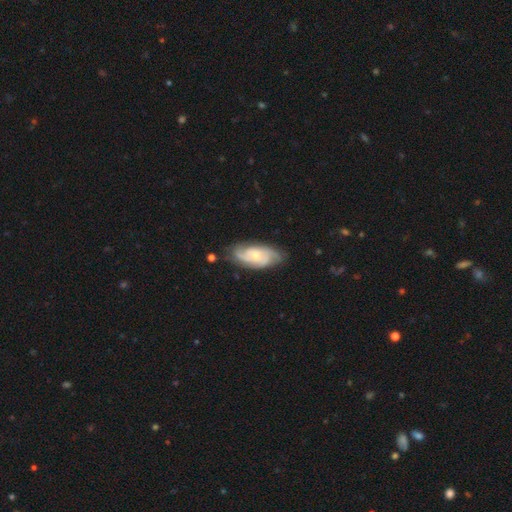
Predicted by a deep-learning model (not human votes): A featured or disk galaxy (79%) with no bar (66%), 3 (34%) tight (51%) spiral arms (95%) and a small central bulge (58%). Merging: none (74%).